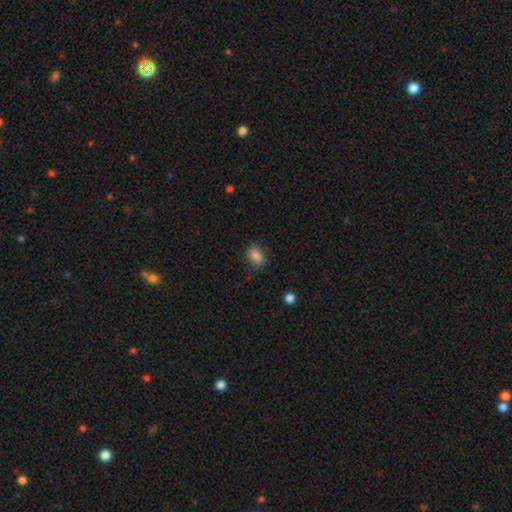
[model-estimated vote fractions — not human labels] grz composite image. It shows a smooth galaxy with no disk features (83%) that is in between round and cigar-shaped (79%). Merging: none (80%).